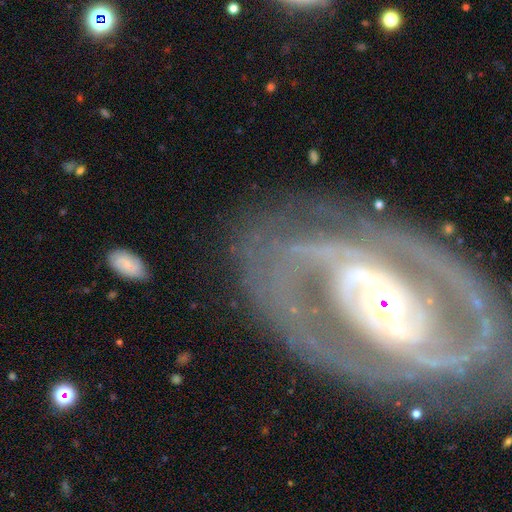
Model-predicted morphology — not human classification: type=featured or disk (89%); edge-on=no (96%); bar=no (42%); spiral arms=yes (92%); winding=tight (58%); arm count=2 (66%); bulge=moderate (46%); merging=none (77%).